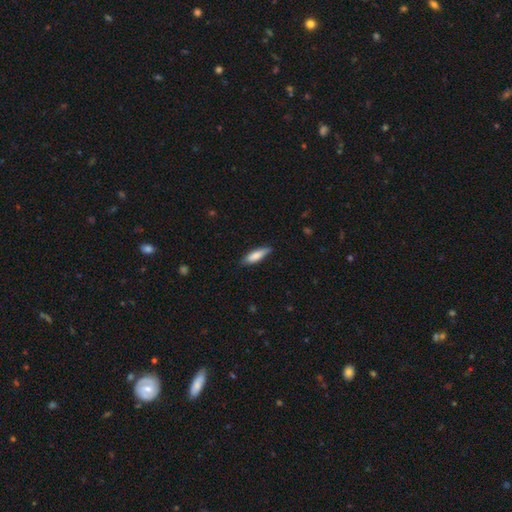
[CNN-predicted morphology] Smooth or featured: smooth — 81% (featured or disk — 13%)
How rounded: cigar-shaped — 57% (in between — 41%)
Merging: none — 78% (minor disturbance — 18%)